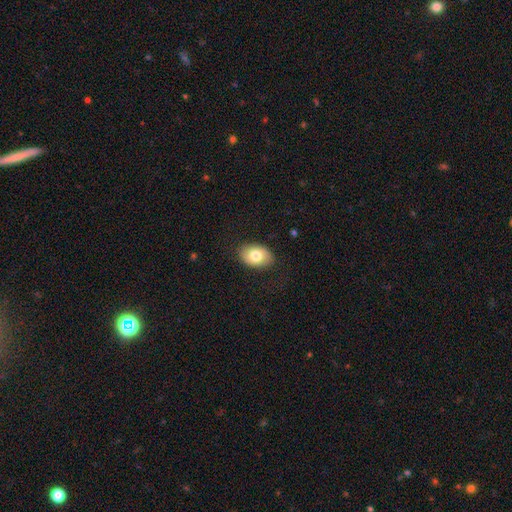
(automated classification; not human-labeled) Smooth or featured: smooth — 76% (featured or disk — 17%)
How rounded: in between — 86% (round — 13%)
Merging: none — 84% (minor disturbance — 12%)